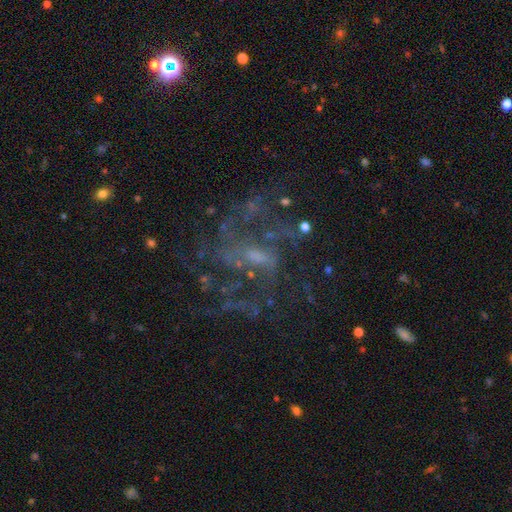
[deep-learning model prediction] Morphology: type=featured or disk (80%); edge-on=no (97%); bar=weak (48%); spiral arms=yes (85%); winding=medium (46%); arm count=can't tell (35%); bulge=small (48%); merging=none (59%).